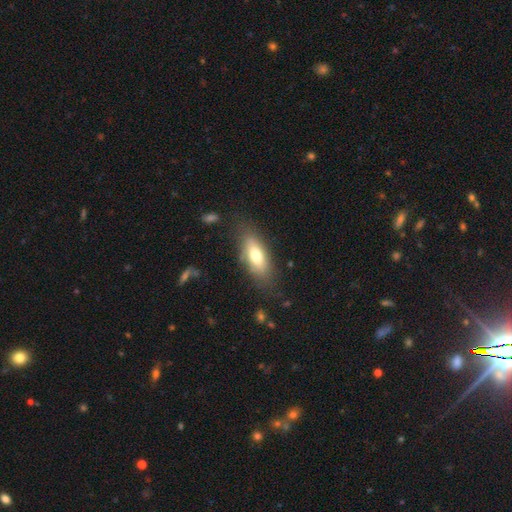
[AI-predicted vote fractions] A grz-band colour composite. It shows a smooth galaxy with no disk features (72%) that is in between round and cigar-shaped (77%). Merging: none (74%).